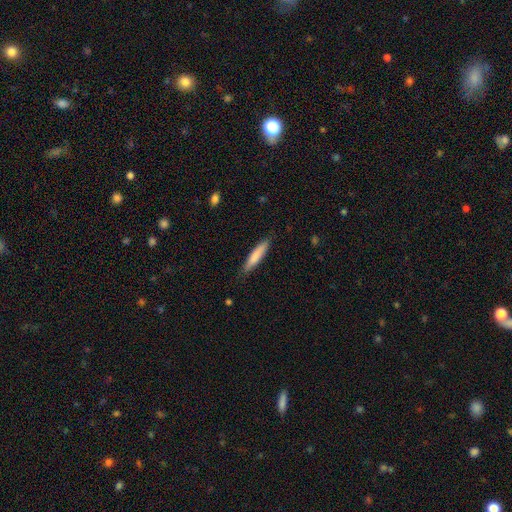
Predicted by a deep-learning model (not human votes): The model was most divided on "smooth or featured": smooth: 81%, featured or disk: 14%, star or artifact: 5%. More confident: how rounded — cigar-shaped (86%); merging — none (85%).